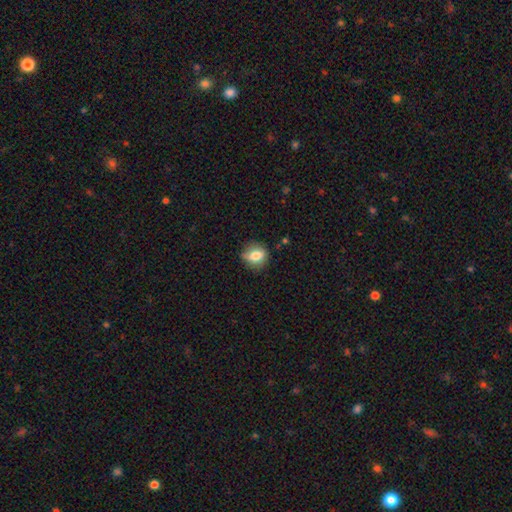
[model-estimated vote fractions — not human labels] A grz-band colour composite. It shows a smooth galaxy with no disk features (75%) that is round (64%). Merging: none (73%).